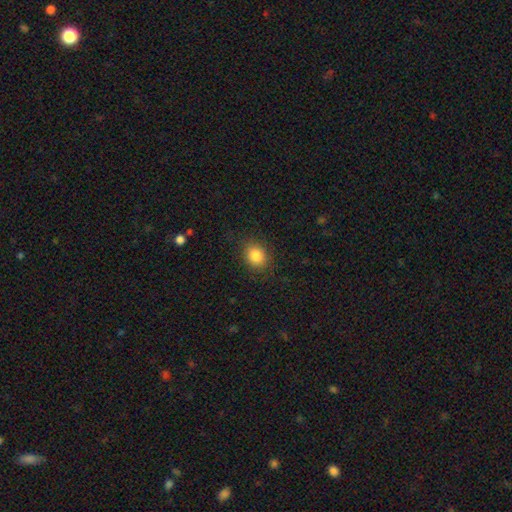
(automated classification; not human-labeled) smooth_or_featured: smooth (p=0.85) [alt: star or artifact p=0.09]
how_rounded: in between (p=0.51) [alt: round p=0.48]
merging: none (p=0.85) [alt: minor disturbance p=0.10]